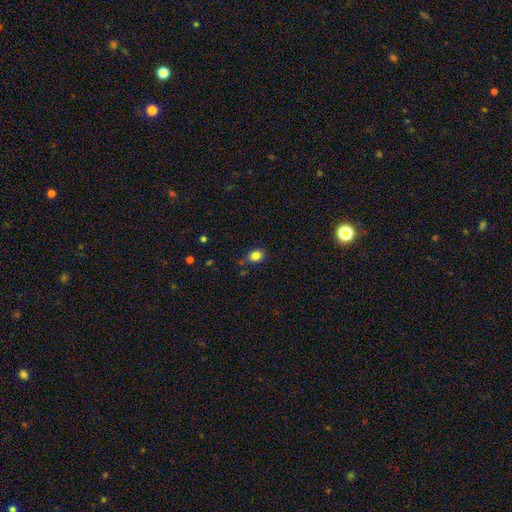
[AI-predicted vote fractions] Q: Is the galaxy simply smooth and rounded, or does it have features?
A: smooth — 83%.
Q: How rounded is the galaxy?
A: in between — 59%.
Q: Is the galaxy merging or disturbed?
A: none — 75%.